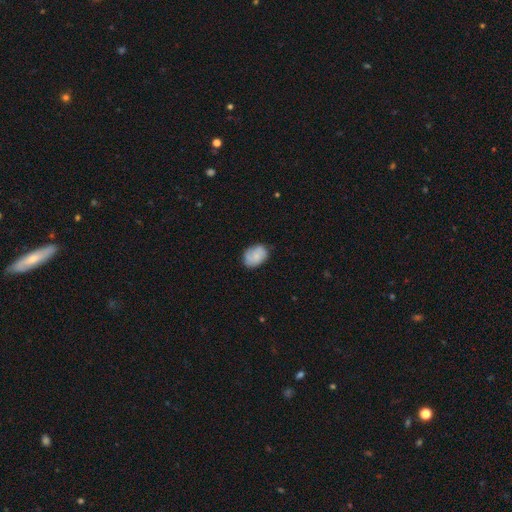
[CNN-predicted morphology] Smooth or featured?
  - smooth: 74% *
  - featured or disk: 19%
  - star or artifact: 7%
How rounded?
  - in between: 77% *
  - round: 22%
  - cigar-shaped: 1%
Merging?
  - none: 72% *
  - minor disturbance: 22%
  - major disturbance: 5%
  - merger: 1%